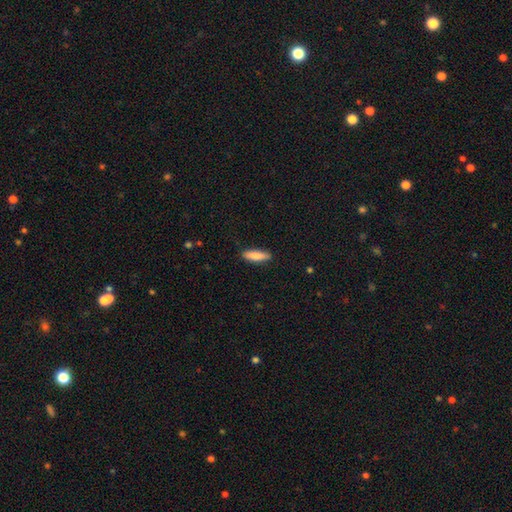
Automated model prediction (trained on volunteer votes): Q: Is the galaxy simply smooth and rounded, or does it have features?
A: smooth — 84%.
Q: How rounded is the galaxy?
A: cigar-shaped — 57%.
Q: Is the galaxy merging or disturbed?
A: none — 87%.